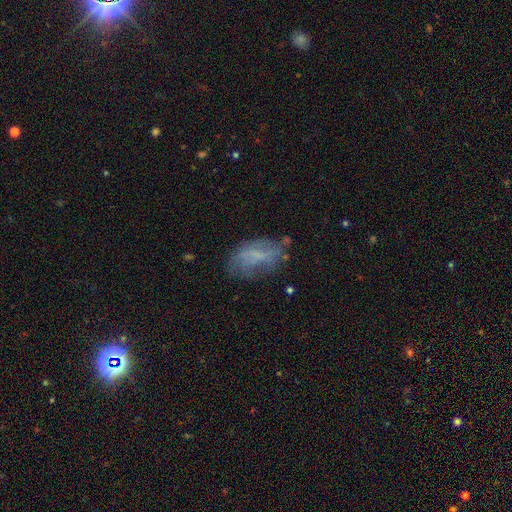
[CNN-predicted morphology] This is possibly a smooth galaxy (47%). Merging: possibly none (52%).